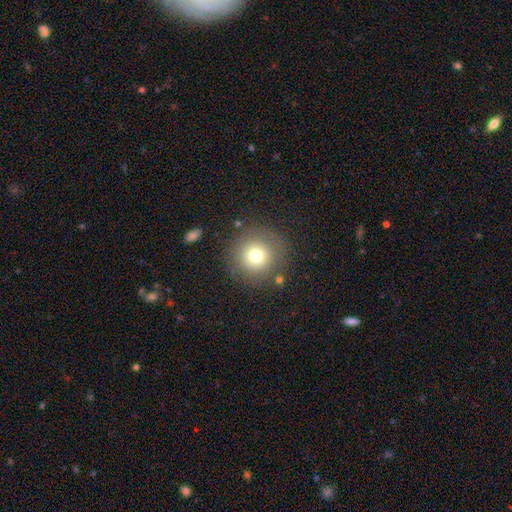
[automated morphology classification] smooth 74%, star or artifact 14%, featured or disk 13%. Down the decision tree: how rounded — round (95%); merging — none (84%).